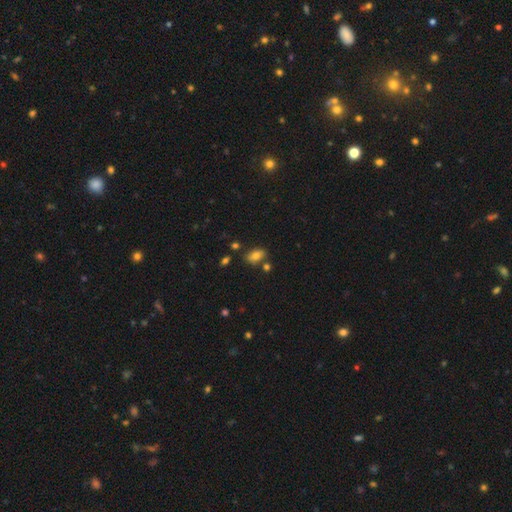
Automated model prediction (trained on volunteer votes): This is likely a smooth galaxy (79%). How rounded: clearly in between (87%). Merging: likely none (74%).